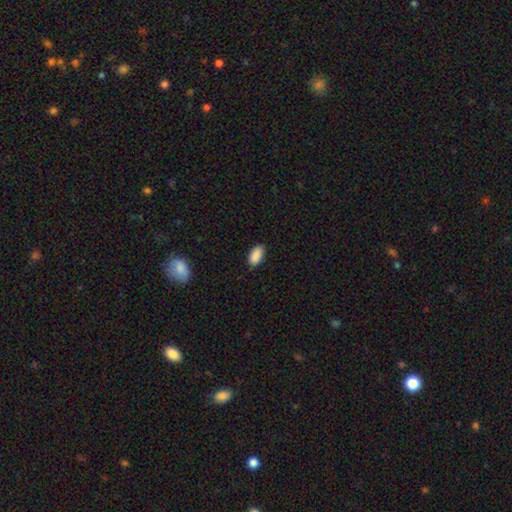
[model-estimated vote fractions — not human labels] Q: Smooth or featured?
A: smooth (90%); runner-up: star or artifact (7%)
Q: How rounded?
A: in between (93%); runner-up: cigar-shaped (4%)
Q: Merging?
A: none (86%); runner-up: minor disturbance (11%)